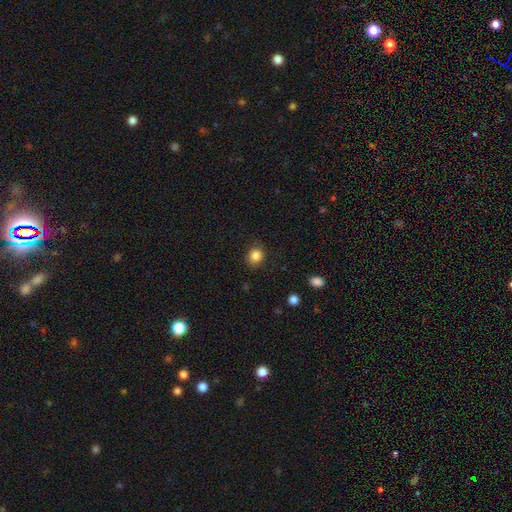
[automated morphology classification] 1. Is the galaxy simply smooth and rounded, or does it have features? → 86% smooth, 10% star or artifact, 4% featured or disk.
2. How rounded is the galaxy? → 68% round, 31% in between, 1% cigar-shaped.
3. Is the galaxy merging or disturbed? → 82% none, 13% minor disturbance, 4% major disturbance, 1% merger.